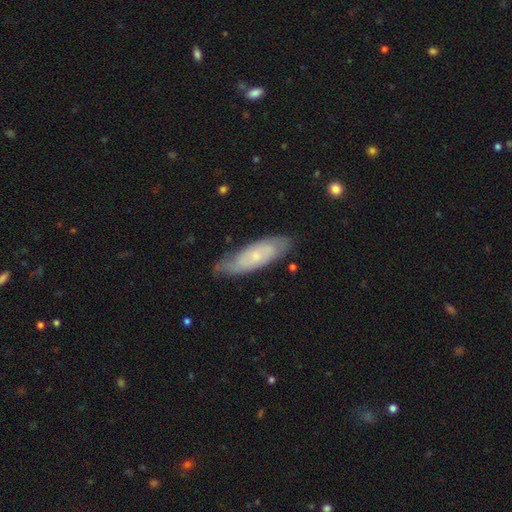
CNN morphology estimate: A featured or disk galaxy (53%). Merging: none (69%).